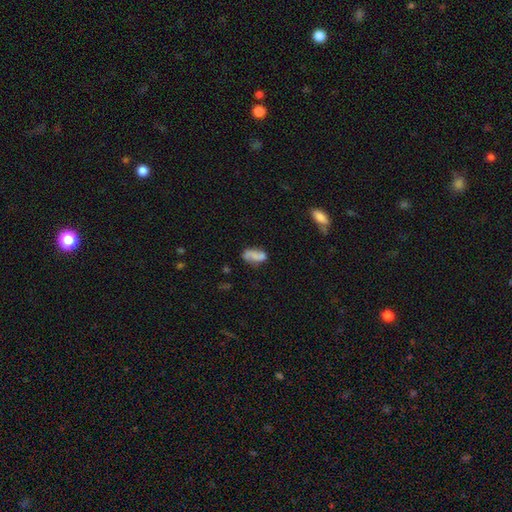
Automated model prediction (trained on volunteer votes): This is possibly a smooth galaxy (60%). How rounded: clearly in between (87%). Merging: possibly none (48%).